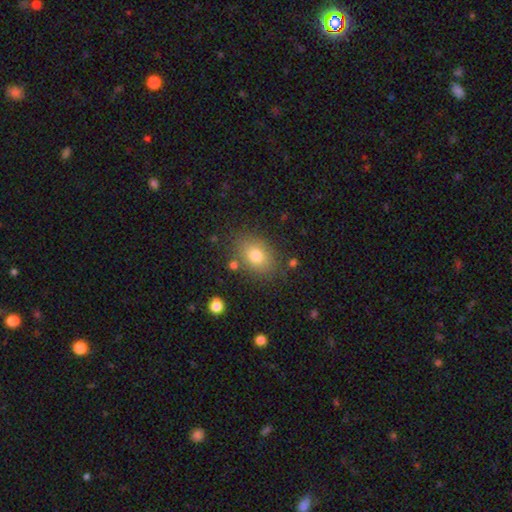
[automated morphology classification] smooth 78%, featured or disk 12%, star or artifact 11%. Down the decision tree: how rounded — in between (73%); merging — none (80%).